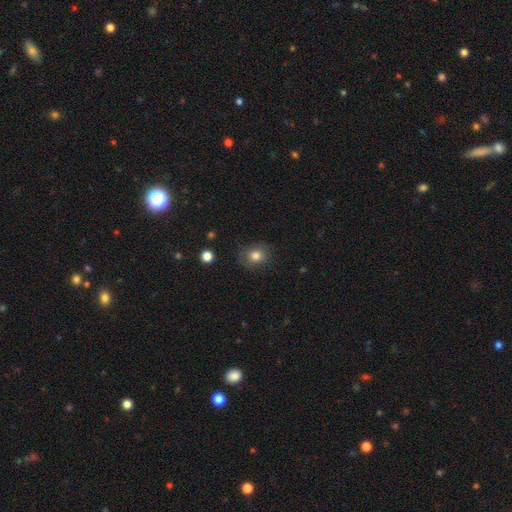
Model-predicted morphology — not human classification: Q: Smooth or featured?
A: smooth (80%); runner-up: star or artifact (11%)
Q: How rounded?
A: round (67%); runner-up: in between (32%)
Q: Merging?
A: none (81%); runner-up: minor disturbance (14%)